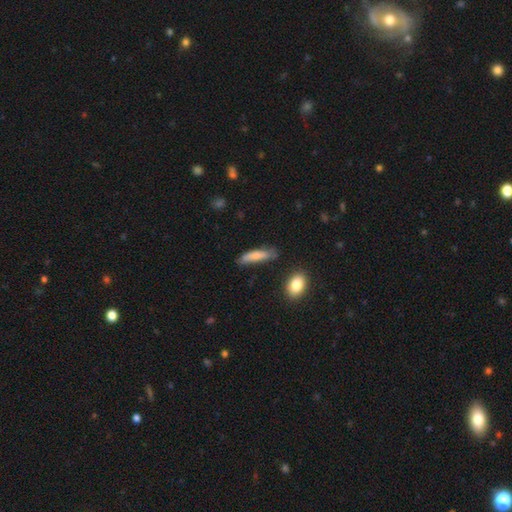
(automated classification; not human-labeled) smooth_or_featured: smooth (p=0.78) [alt: featured or disk p=0.15]
how_rounded: cigar-shaped (p=0.73) [alt: in between p=0.25]
merging: none (p=0.66) [alt: minor disturbance p=0.25]